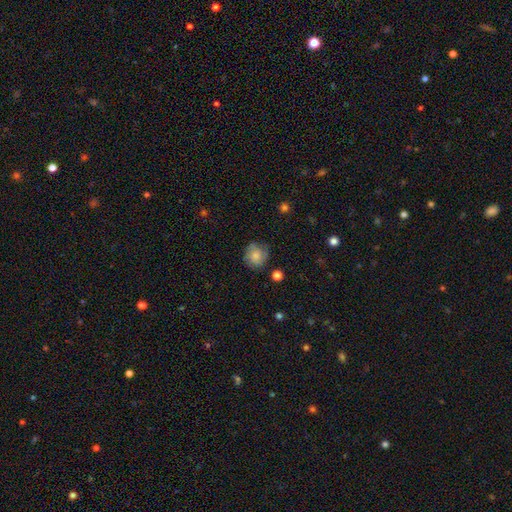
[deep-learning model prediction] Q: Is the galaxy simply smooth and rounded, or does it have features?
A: smooth — 65%.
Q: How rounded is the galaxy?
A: round — 81%.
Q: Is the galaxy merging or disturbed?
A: none — 68%.